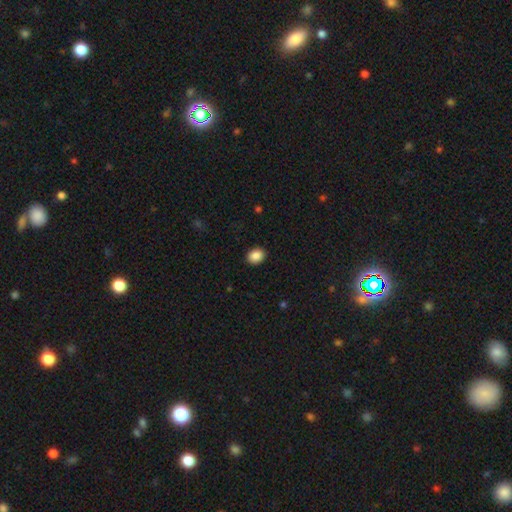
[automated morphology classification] A smooth galaxy with no disk features (88%) that is in between round and cigar-shaped (52%).

Vote fractions:
- Smooth or featured? smooth: 88% / star or artifact: 8% / featured or disk: 3%
- How rounded? in between: 52% / round: 47% / cigar-shaped: 1%
- Merging? none: 91% / minor disturbance: 7% / major disturbance: 2% / merger: 1%